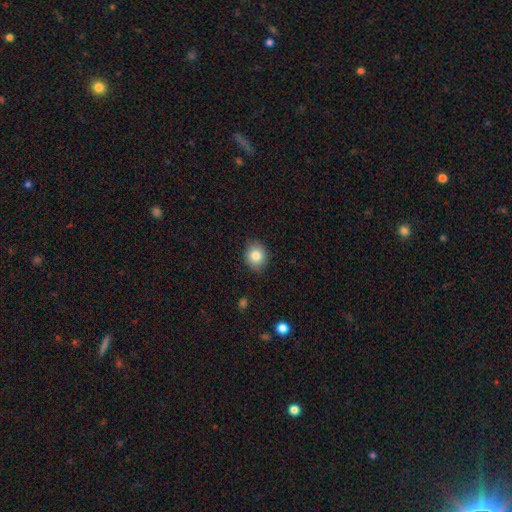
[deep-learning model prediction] This is clearly a smooth galaxy (83%). How rounded: likely round (65%). Merging: clearly none (86%).